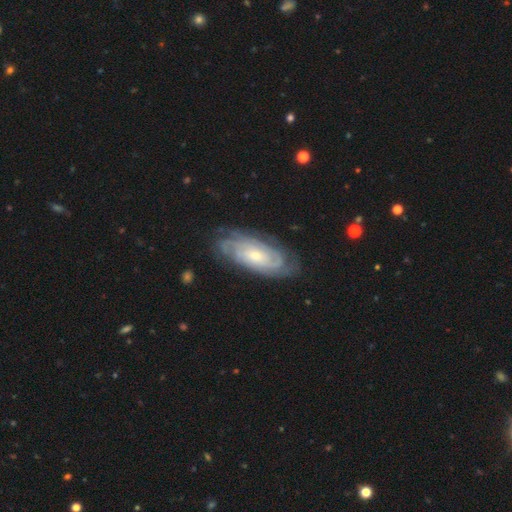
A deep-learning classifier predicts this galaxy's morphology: type=featured or disk (84%); edge-on=no (93%); bar=no (71%); spiral arms=yes (96%); winding=tight (76%); arm count=can't tell (39%); bulge=small (60%); merging=none (78%).